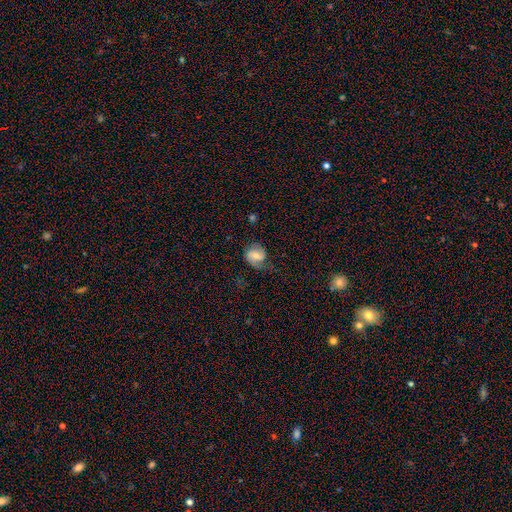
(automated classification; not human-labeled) Smooth or featured?
  - featured or disk: 53% *
  - smooth: 40%
  - star or artifact: 8%
Edge-on disk?
  - no: 97% *
  - yes: 3%
Bar?
  - weak: 46% *
  - no: 36%
  - strong: 18%
Spiral arms?
  - yes: 87% *
  - no: 13%
Bulge size?
  - moderate: 53% *
  - small: 38%
  - large: 5%
  - none: 4%
  - dominant: 1%
Merging?
  - none: 54% *
  - minor disturbance: 28%
  - major disturbance: 17%
  - merger: 1%